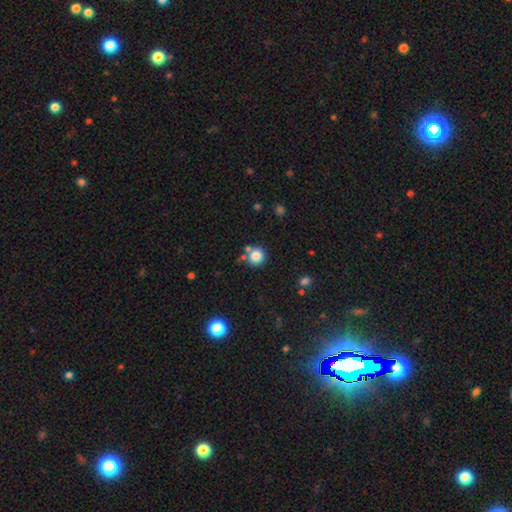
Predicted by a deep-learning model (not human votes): Smooth or featured? Predicted: smooth (p=0.82). How rounded? Predicted: round (p=0.91). Merging? Predicted: none (p=0.71).